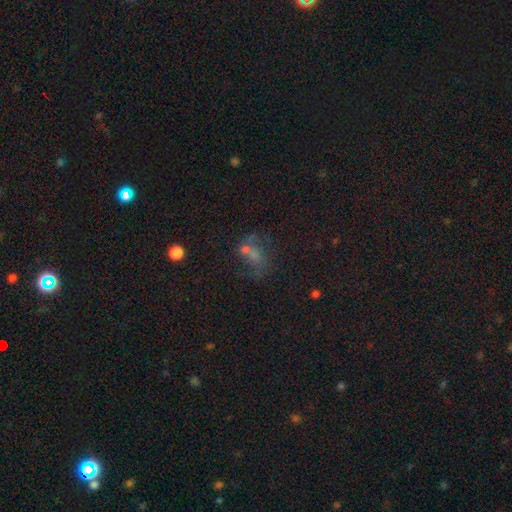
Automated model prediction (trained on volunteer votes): smooth_or_featured: smooth (p=0.38) [alt: featured or disk p=0.36]
merging: none (p=0.35) [alt: merger p=0.27]